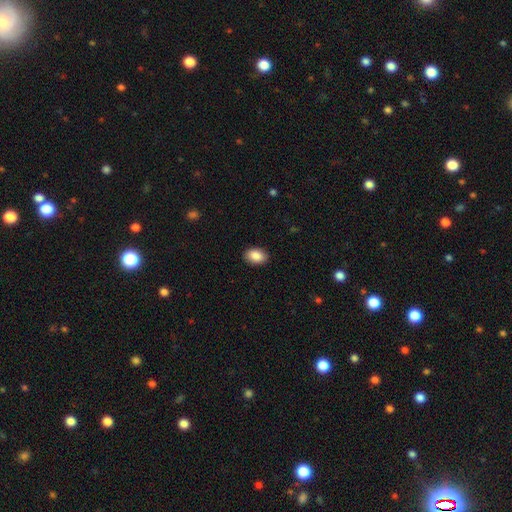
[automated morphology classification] The model was most divided on "how rounded": in between: 89%, round: 10%, cigar-shaped: 1%. More confident: merging — none (89%); smooth or featured — smooth (89%).